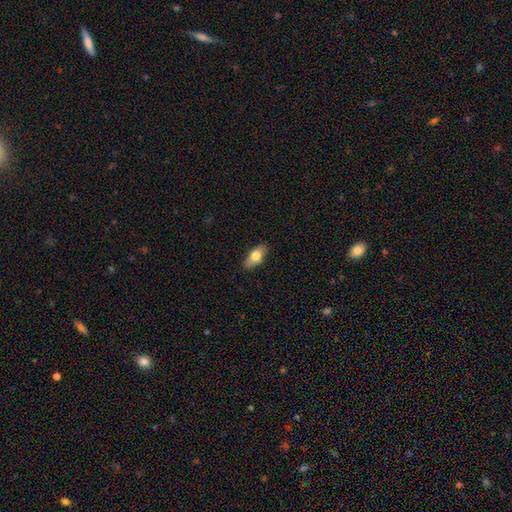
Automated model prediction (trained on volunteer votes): The model was most divided on "smooth or featured": smooth: 72%, featured or disk: 21%, star or artifact: 7%. More confident: merging — none (85%); how rounded — in between (81%).